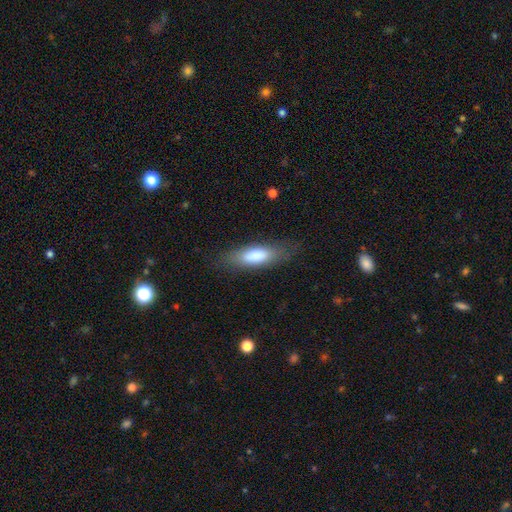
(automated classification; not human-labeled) This appears to be a smooth galaxy with no disk features (81%) that is in between round and cigar-shaped (63%). Merging: none (77%).